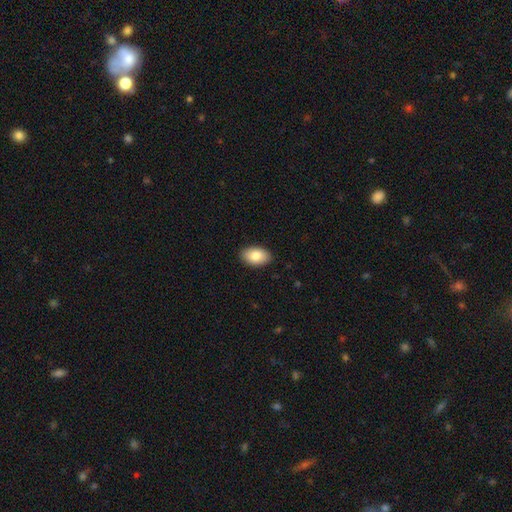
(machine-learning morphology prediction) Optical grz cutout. It shows a smooth galaxy with no disk features (84%) that is in between round and cigar-shaped (92%). Merging: none (89%).